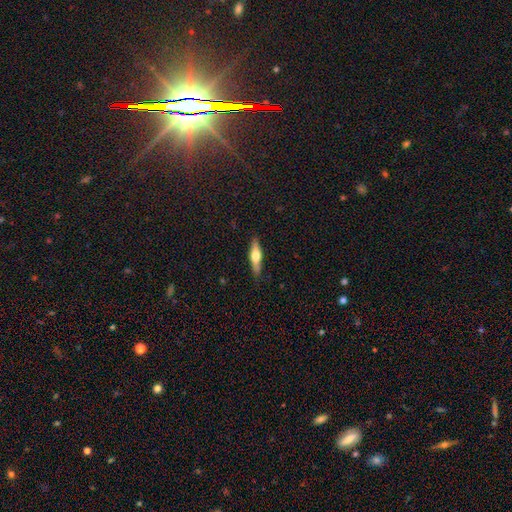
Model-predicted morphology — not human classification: smooth_or_featured: featured or disk (p=0.52) [alt: smooth p=0.42]
disk_edge_on: yes (p=0.95) [alt: no p=0.05]
merging: none (p=0.87) [alt: minor disturbance p=0.10]